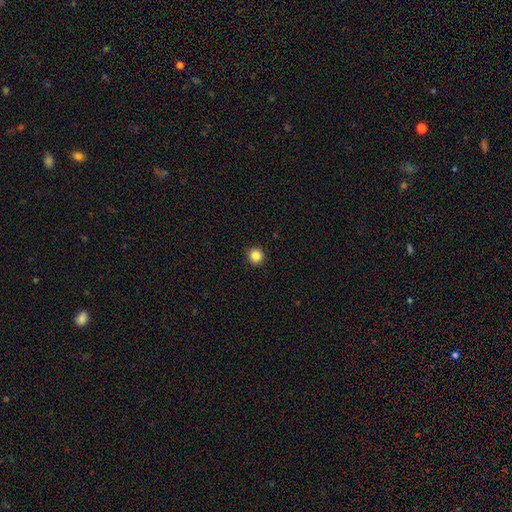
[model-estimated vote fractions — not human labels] Smooth or featured? Predicted: smooth (p=0.86). How rounded? Predicted: round (p=0.95). Merging? Predicted: none (p=0.93).